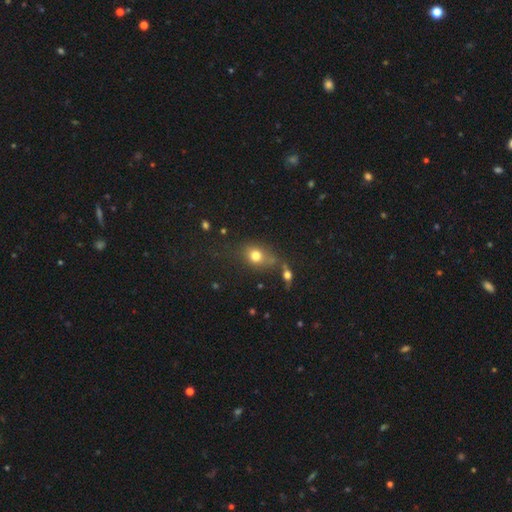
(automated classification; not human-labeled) Smooth or featured?
  - smooth: 75% *
  - star or artifact: 14%
  - featured or disk: 11%
How rounded?
  - in between: 51% *
  - round: 46%
  - cigar-shaped: 3%
Merging?
  - none: 54% *
  - minor disturbance: 20%
  - merger: 15%
  - major disturbance: 11%